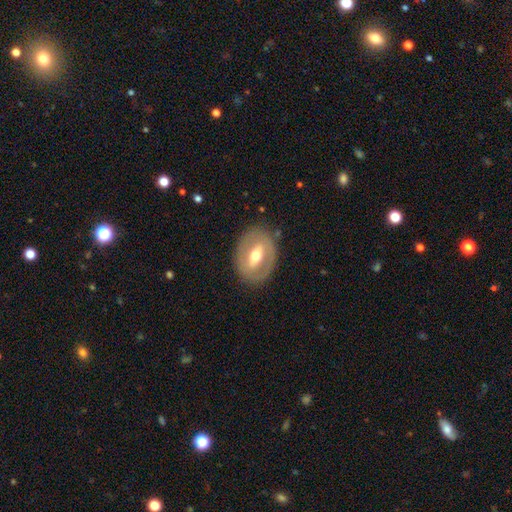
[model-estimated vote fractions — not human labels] A featured or disk galaxy (57%) with a strong bar (40%), no spiral arms (79%) and a moderate central bulge (71%). Merging: none (82%).